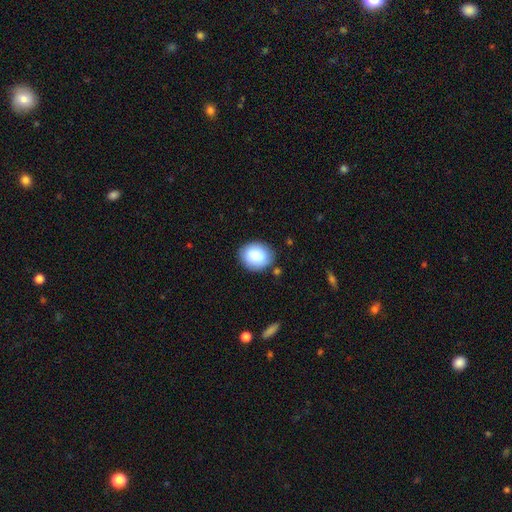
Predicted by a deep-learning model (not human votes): Smooth or featured? smooth (86%)
How rounded? in between (50%)
Merging? none (82%)